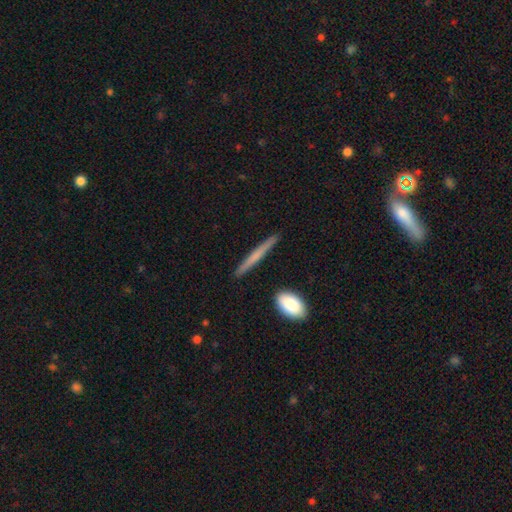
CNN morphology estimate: Smooth or featured?
  - smooth: 56% *
  - featured or disk: 38%
  - star or artifact: 6%
How rounded?
  - cigar-shaped: 94% *
  - in between: 4%
  - round: 2%
Merging?
  - none: 89% *
  - minor disturbance: 8%
  - merger: 2%
  - major disturbance: 2%